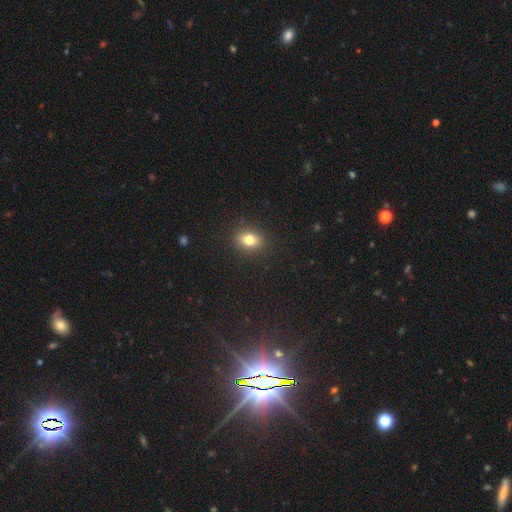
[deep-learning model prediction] Smooth or featured: star or artifact — 65% (smooth — 27%)